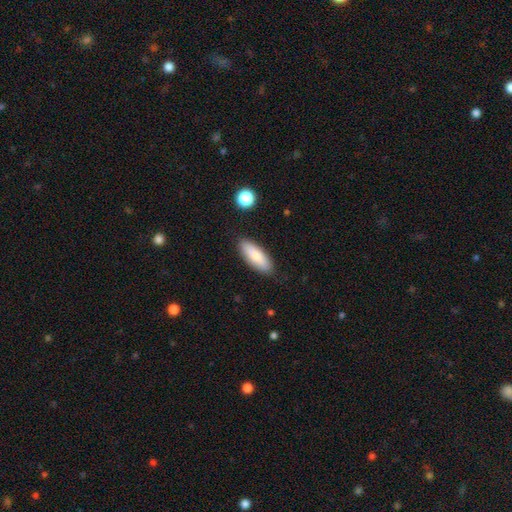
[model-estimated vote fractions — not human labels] Smooth or featured: smooth — 80% (featured or disk — 14%)
How rounded: in between — 67% (cigar-shaped — 31%)
Merging: none — 85% (minor disturbance — 11%)